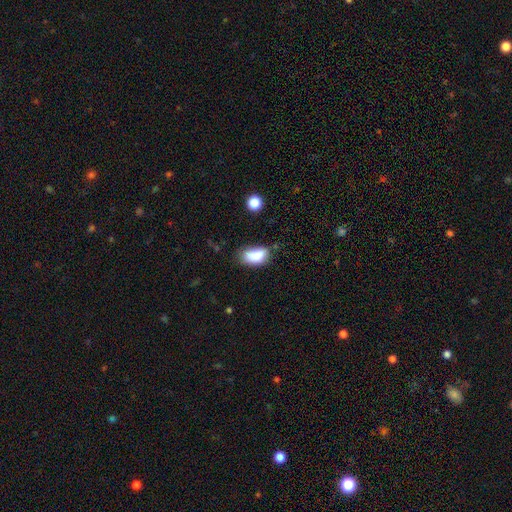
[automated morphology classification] A smooth galaxy with no disk features (84%) that is in between round and cigar-shaped (92%). Merging: none (55%).